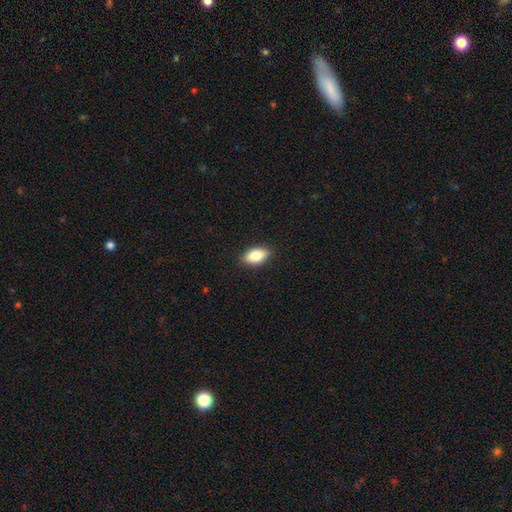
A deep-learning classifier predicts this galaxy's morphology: The model was most divided on "smooth or featured": smooth: 81%, featured or disk: 11%, star or artifact: 7%. More confident: how rounded — in between (89%); merging — none (89%).